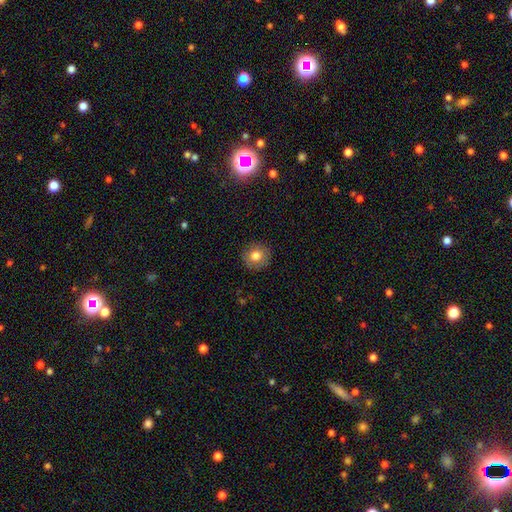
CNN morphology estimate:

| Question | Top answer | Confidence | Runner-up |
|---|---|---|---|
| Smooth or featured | smooth | 79% | featured or disk (12%) |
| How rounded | round | 90% | in between (9%) |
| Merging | none | 89% | minor disturbance (8%) |